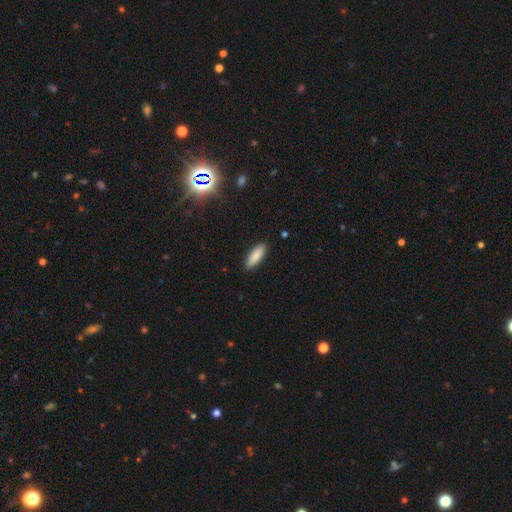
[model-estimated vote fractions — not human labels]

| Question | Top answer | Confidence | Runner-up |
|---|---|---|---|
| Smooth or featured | smooth | 87% | featured or disk (6%) |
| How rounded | in between | 51% | cigar-shaped (48%) |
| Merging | none | 89% | minor disturbance (8%) |